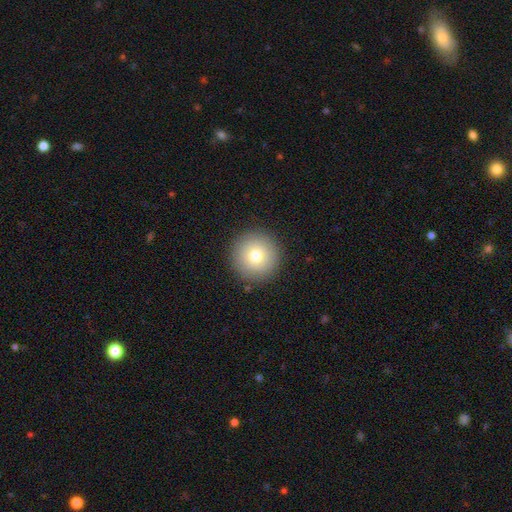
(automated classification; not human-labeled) Smooth or featured?
  - smooth: 77% *
  - featured or disk: 12%
  - star or artifact: 11%
How rounded?
  - round: 97% *
  - in between: 2%
  - cigar-shaped: 1%
Merging?
  - none: 91% *
  - minor disturbance: 6%
  - major disturbance: 2%
  - merger: 1%